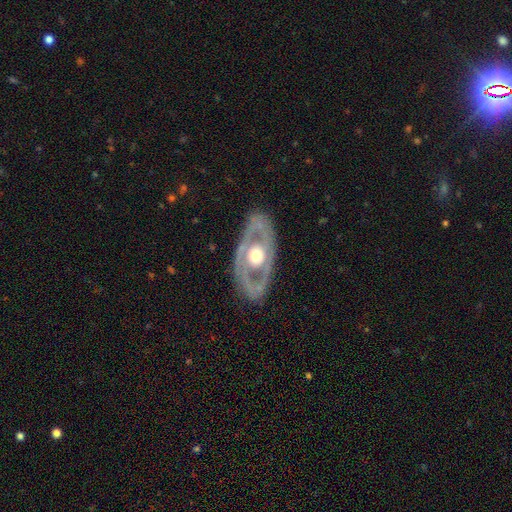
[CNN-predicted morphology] A featured or disk galaxy (75%) with no bar (82%), no spiral arms (68%) and a moderate central bulge (70%). Merging: none (81%).